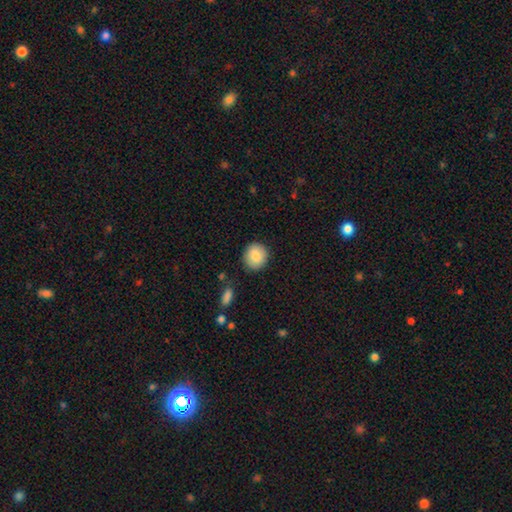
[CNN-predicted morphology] smooth-or-featured: smooth: 86% | star or artifact: 7% | featured or disk: 7%
  how-rounded: round: 83% | in between: 16% | cigar-shaped: 1%
  merging: none: 86% | minor disturbance: 10% | major disturbance: 2% | merger: 2%